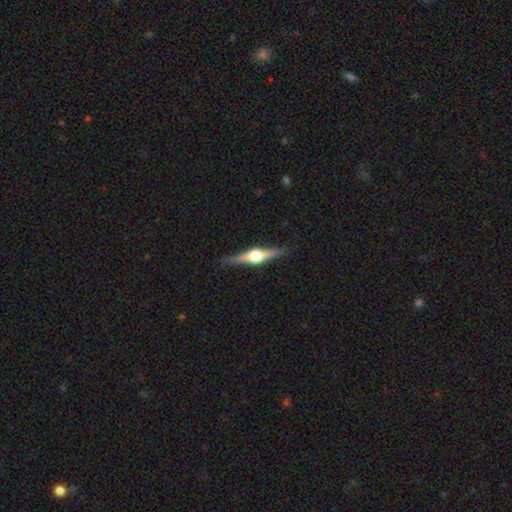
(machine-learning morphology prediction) Smooth or featured? featured or disk (81%)
Edge-on disk? yes (98%)
Edge-on bulge? rounded (95%)
Merging? none (89%)